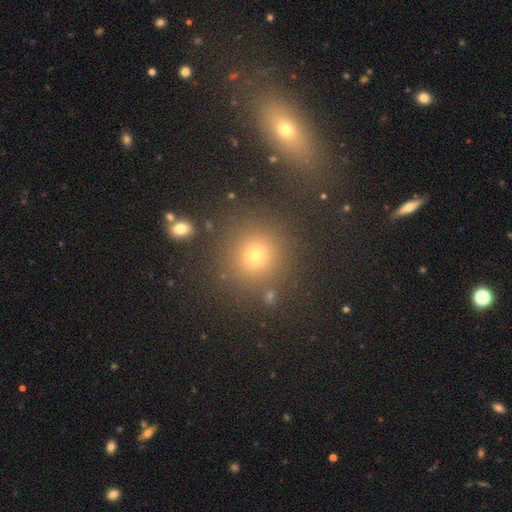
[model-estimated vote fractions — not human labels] A smooth galaxy with no disk features (74%) that is round (89%).

Vote fractions:
- Smooth or featured? smooth: 74% / star or artifact: 20% / featured or disk: 7%
- How rounded? round: 89% / in between: 10% / cigar-shaped: 1%
- Merging? none: 82% / minor disturbance: 8% / merger: 5% / major disturbance: 4%